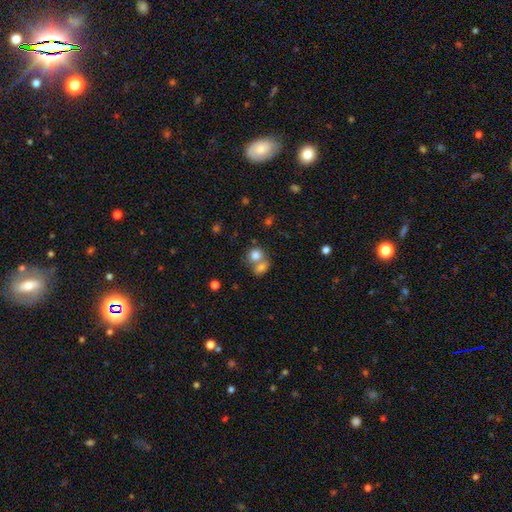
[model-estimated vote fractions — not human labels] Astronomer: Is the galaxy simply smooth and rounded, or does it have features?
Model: smooth — 79%.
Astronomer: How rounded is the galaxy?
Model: round — 68%.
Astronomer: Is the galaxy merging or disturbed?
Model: merger — 56% (runner-up: none, 32%).